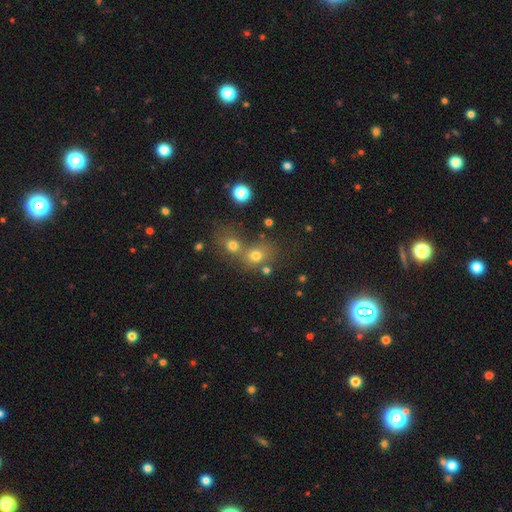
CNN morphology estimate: Smooth or featured? smooth (70%)
How rounded? round (71%)
Merging? merger (45%)